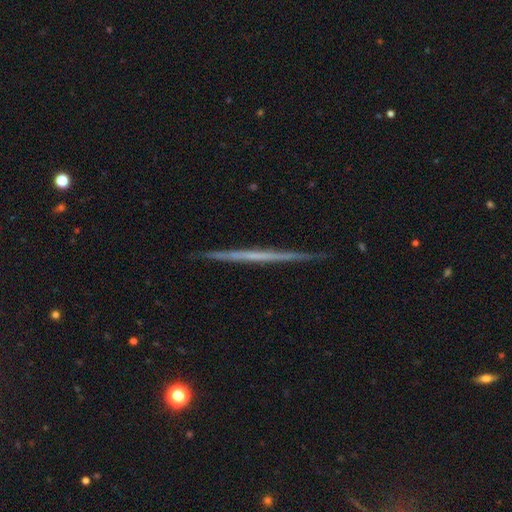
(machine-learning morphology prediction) A featured or disk galaxy (67%) viewed edge-on (98%) with no central bulge (91%). Merging: none (92%).